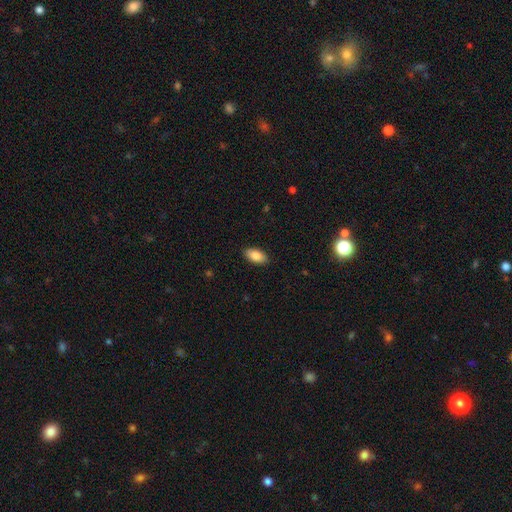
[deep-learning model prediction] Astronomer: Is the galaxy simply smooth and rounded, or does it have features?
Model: smooth — 87%.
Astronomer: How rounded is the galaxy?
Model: in between — 94%.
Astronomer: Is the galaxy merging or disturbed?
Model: none — 89%.